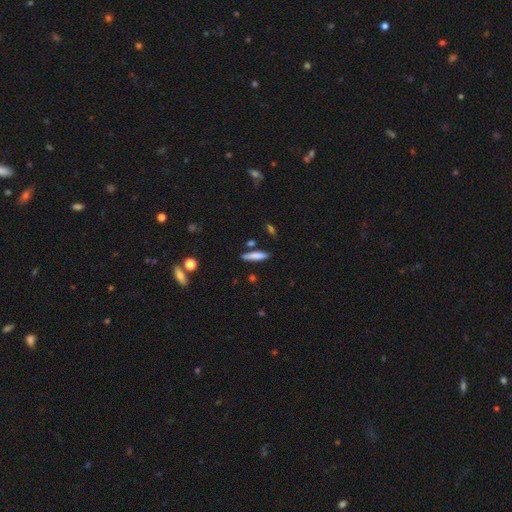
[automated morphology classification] Overall: smooth (80%). How rounded: cigar-shaped (84%). Merging: none (83%).